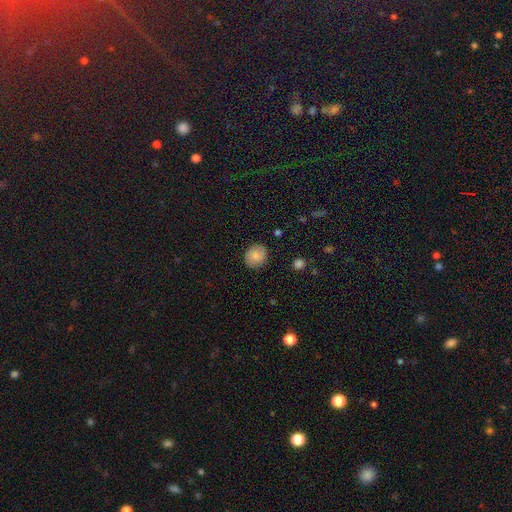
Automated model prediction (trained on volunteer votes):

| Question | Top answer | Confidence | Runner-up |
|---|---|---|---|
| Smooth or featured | smooth | 85% | star or artifact (8%) |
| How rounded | round | 78% | in between (21%) |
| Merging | none | 86% | minor disturbance (10%) |